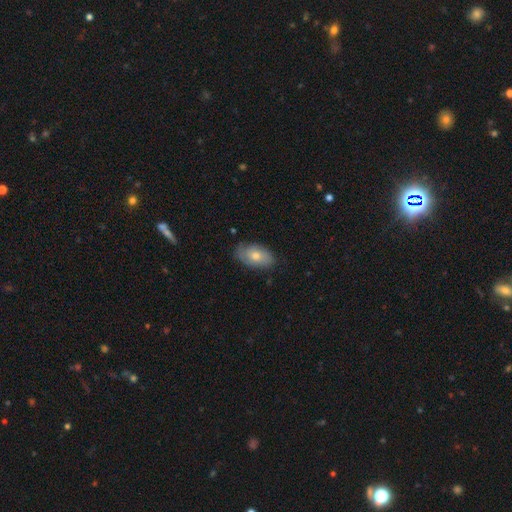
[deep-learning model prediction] smooth-or-featured: smooth: 61% | featured or disk: 30% | star or artifact: 9%
  how-rounded: in between: 92% | round: 6% | cigar-shaped: 3%
  merging: none: 79% | minor disturbance: 17% | major disturbance: 3% | merger: 1%